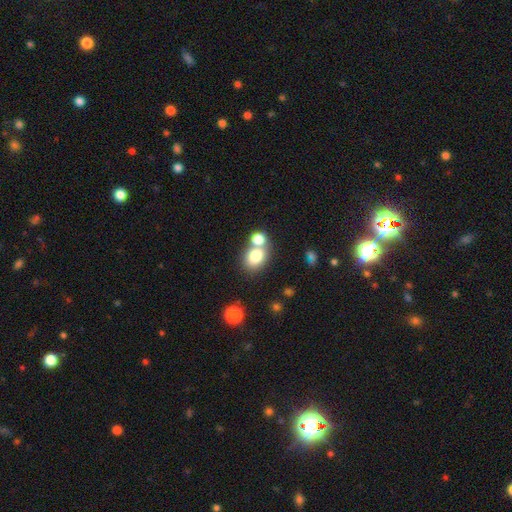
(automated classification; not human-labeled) This is likely a smooth galaxy (78%). How rounded: possibly in between (56%). Merging: possibly none (48%).